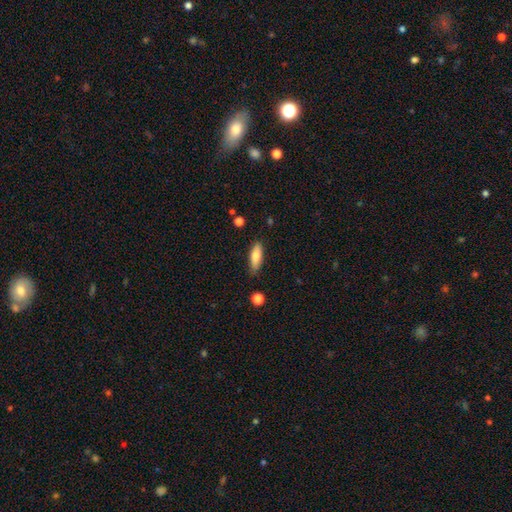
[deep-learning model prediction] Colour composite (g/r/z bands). It shows a smooth galaxy with no disk features (77%) that is in between round and cigar-shaped (54%). Merging: none (82%).